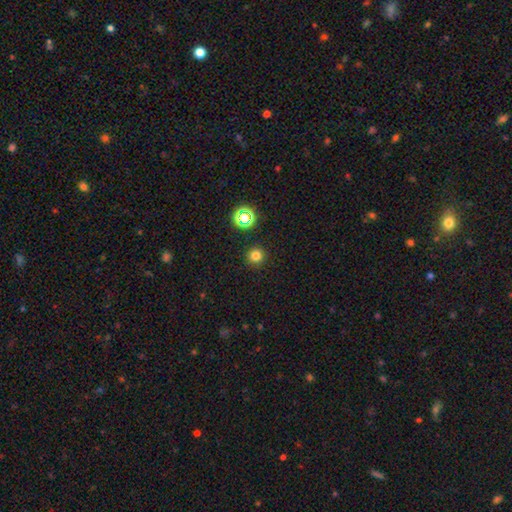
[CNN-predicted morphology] This appears to be a smooth galaxy with no disk features (76%) that is round (94%). Merging: none (92%).